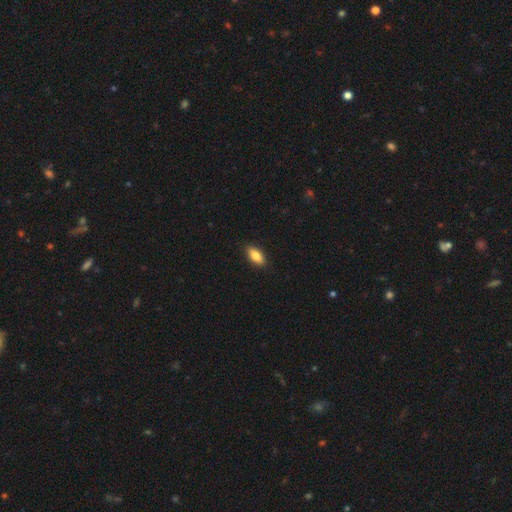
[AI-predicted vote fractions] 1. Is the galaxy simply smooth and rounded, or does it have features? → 85% smooth, 8% featured or disk, 7% star or artifact.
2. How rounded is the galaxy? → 88% in between, 9% cigar-shaped, 3% round.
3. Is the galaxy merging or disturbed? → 89% none, 8% minor disturbance, 2% major disturbance, 1% merger.